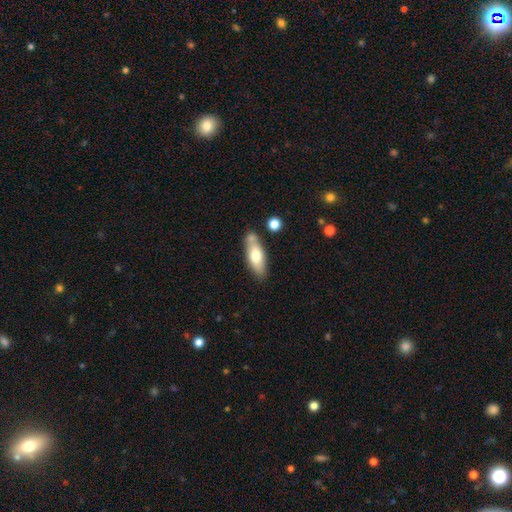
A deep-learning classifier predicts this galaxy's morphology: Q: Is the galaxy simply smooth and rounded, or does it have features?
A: smooth — 67%.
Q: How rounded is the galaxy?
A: in between — 64%.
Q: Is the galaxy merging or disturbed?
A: none — 66%.